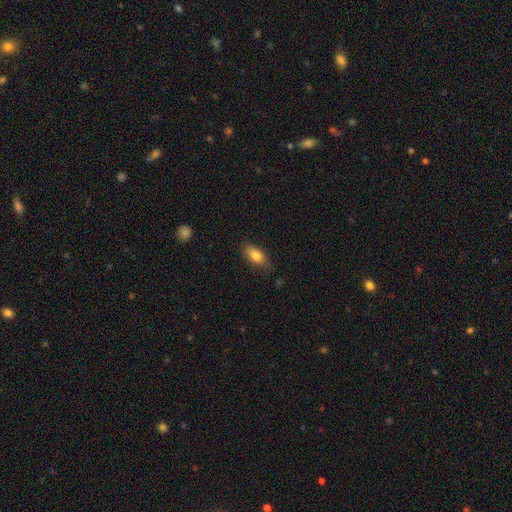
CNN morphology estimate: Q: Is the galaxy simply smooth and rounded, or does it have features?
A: smooth — 81%.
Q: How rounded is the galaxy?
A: in between — 87%.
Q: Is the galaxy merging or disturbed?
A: none — 77%.